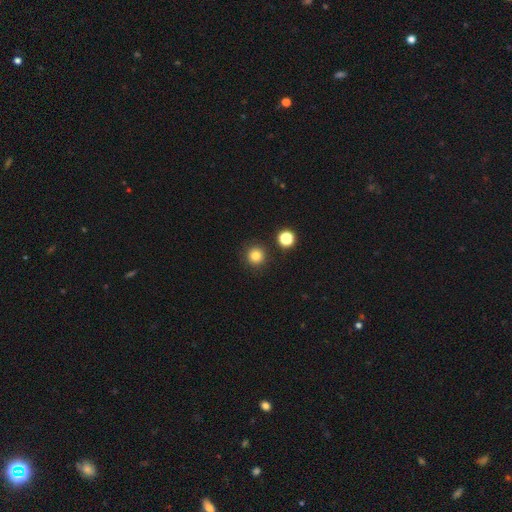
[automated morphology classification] A smooth galaxy with no disk features (81%) that is round (95%).

Vote fractions:
- Smooth or featured? smooth: 81% / star or artifact: 13% / featured or disk: 6%
- How rounded? round: 95% / in between: 4% / cigar-shaped: 1%
- Merging? none: 88% / minor disturbance: 7% / merger: 3% / major disturbance: 2%